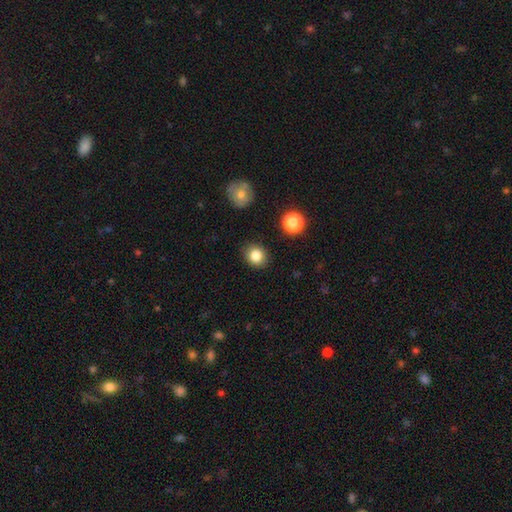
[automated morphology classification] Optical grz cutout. It shows a smooth galaxy with no disk features (83%) that is round (73%). Merging: none (88%).